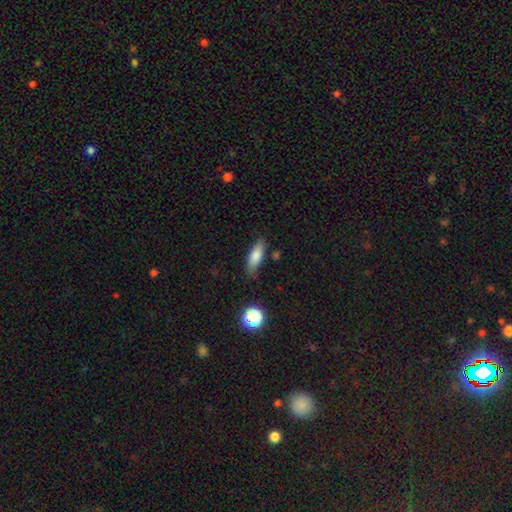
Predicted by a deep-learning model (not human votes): Smooth or featured? smooth (80%)
How rounded? in between (63%)
Merging? none (77%)